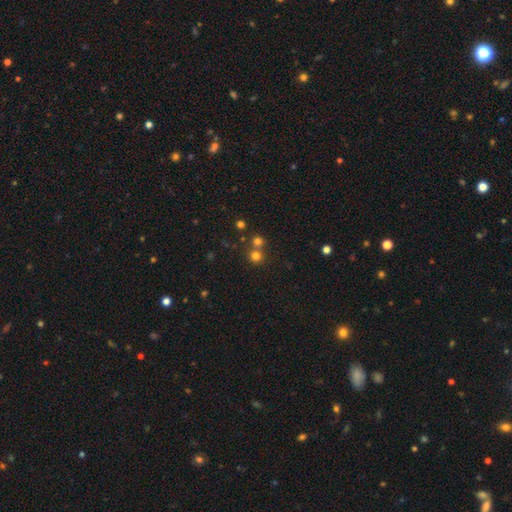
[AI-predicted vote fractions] This appears to be a smooth galaxy with no disk features (72%) that is round (92%). Merging: none (59%).